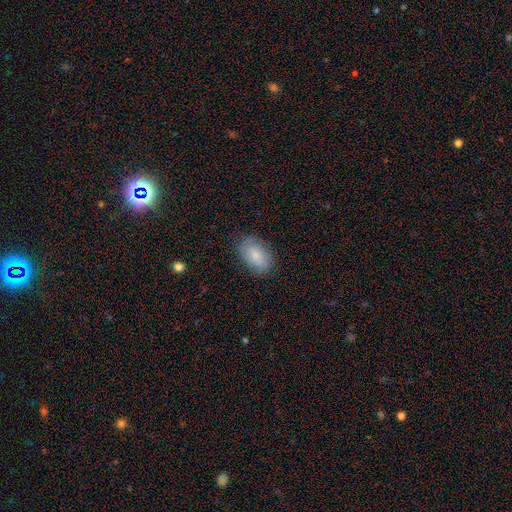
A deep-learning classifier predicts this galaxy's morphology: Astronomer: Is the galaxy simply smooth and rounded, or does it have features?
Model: smooth — 80%.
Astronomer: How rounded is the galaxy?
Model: in between — 91%.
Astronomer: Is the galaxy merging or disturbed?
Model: none — 79%.